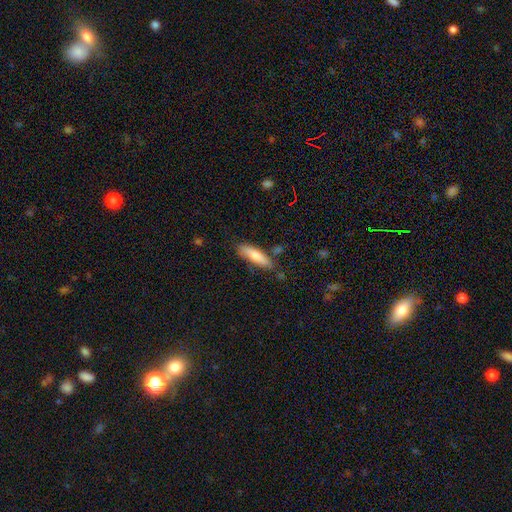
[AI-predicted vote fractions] smooth 79%, featured or disk 15%, star or artifact 6%. Down the decision tree: how rounded — cigar-shaped (67%); merging — none (78%).